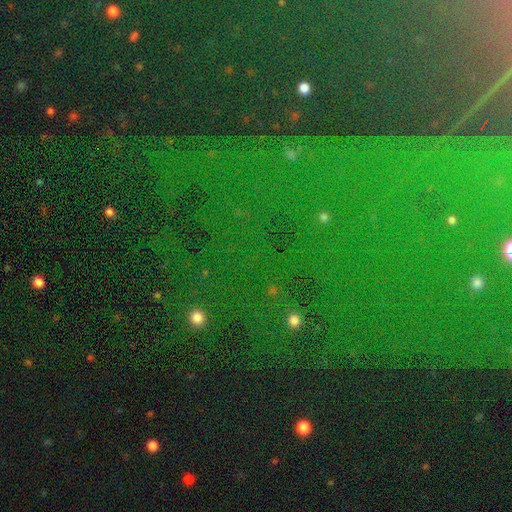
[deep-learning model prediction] The model was most divided on "smooth or featured": star or artifact: 85%, smooth: 8%, featured or disk: 7%.